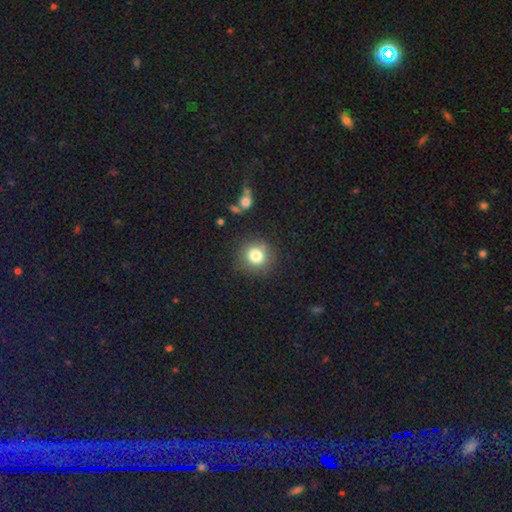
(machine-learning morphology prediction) type=smooth (80%); roundness=round (90%); merging=none (82%).